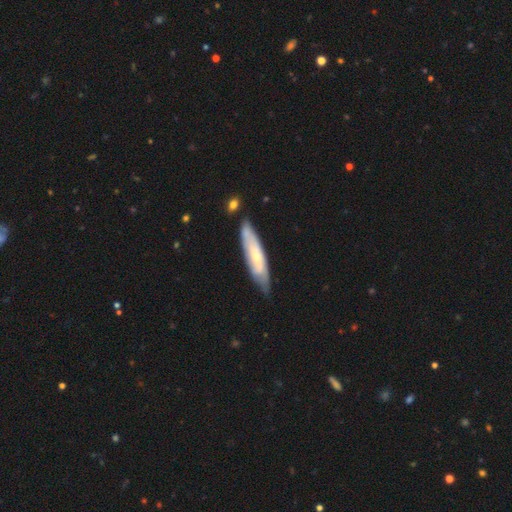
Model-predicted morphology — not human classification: The model was most divided on "smooth or featured": featured or disk: 52%, smooth: 43%, star or artifact: 5%. More confident: merging — none (68%); edge-on disk — no (58%).